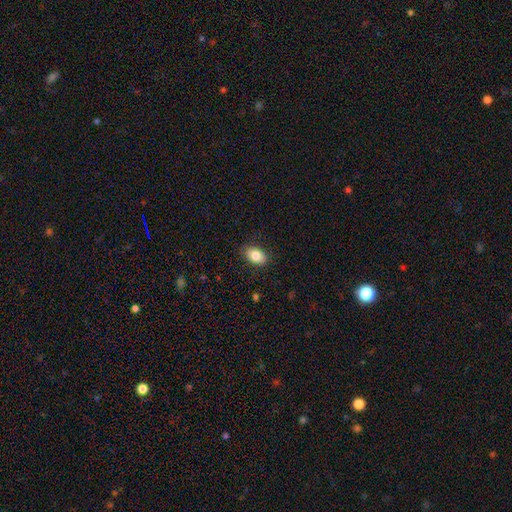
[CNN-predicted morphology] Q: Smooth or featured?
A: smooth (82%); runner-up: featured or disk (10%)
Q: How rounded?
A: in between (89%); runner-up: round (10%)
Q: Merging?
A: none (86%); runner-up: minor disturbance (10%)